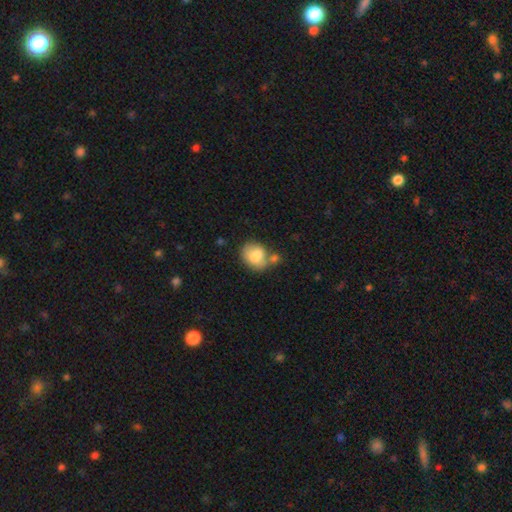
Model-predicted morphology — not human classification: type=smooth (76%); roundness=round (51%); merging=none (44%).